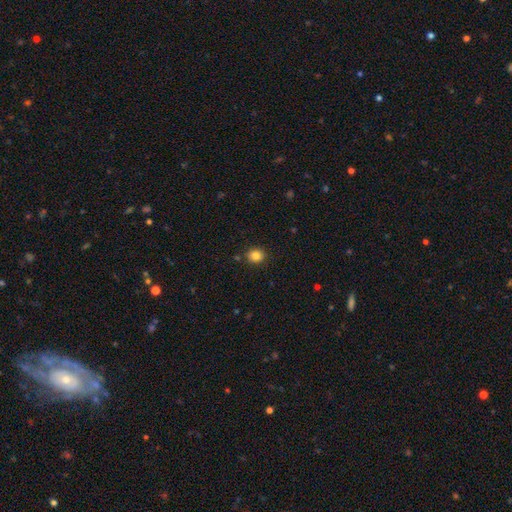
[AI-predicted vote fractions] A smooth galaxy with no disk features (83%) that is round (69%). Merging: none (87%).